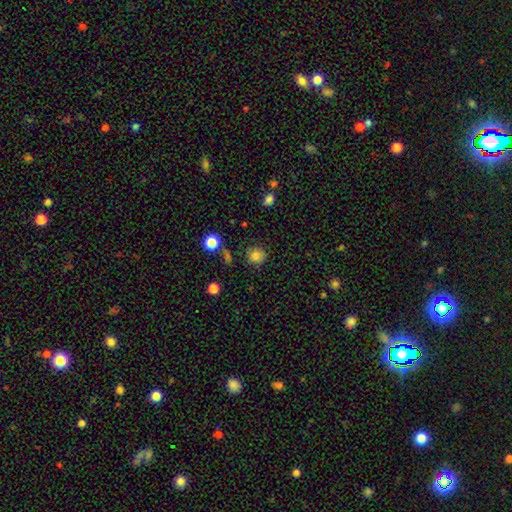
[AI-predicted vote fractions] Overall: smooth (82%). How rounded: round (89%). Merging: none (81%).